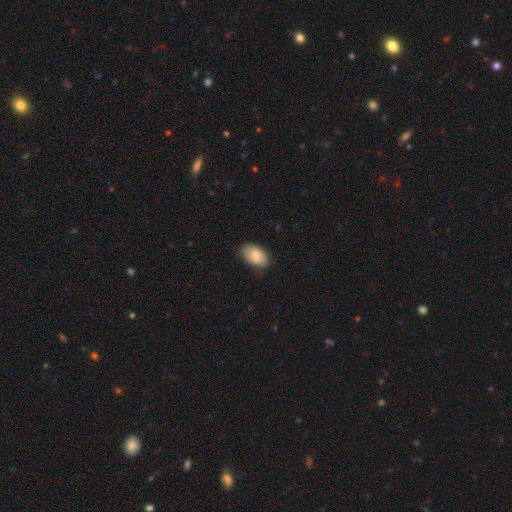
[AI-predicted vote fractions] smooth_or_featured: smooth (p=0.78) [alt: featured or disk p=0.16]
how_rounded: in between (p=0.92) [alt: round p=0.07]
merging: none (p=0.80) [alt: minor disturbance p=0.16]